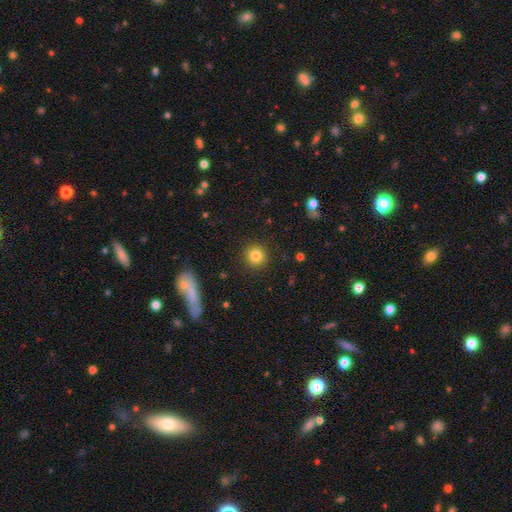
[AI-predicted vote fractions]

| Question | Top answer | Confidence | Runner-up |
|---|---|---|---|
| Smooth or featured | smooth | 83% | star or artifact (11%) |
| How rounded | round | 92% | in between (7%) |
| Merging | none | 91% | minor disturbance (6%) |